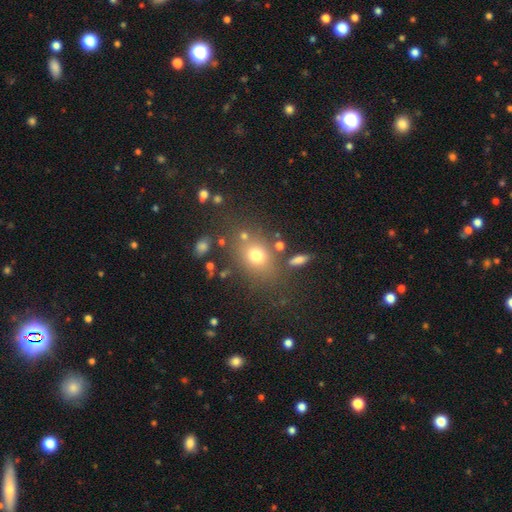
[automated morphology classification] Smooth or featured? smooth (69%)
How rounded? in between (54%)
Merging? none (74%)